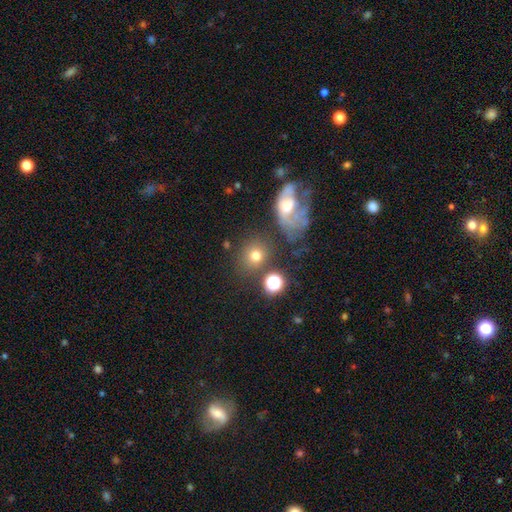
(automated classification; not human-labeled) Q: Smooth or featured?
A: smooth (70%); runner-up: star or artifact (16%)
Q: How rounded?
A: round (76%); runner-up: in between (23%)
Q: Merging?
A: none (70%); runner-up: minor disturbance (12%)